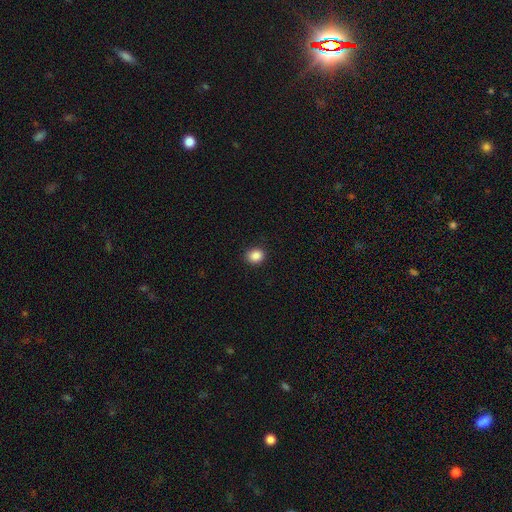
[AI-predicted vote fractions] smooth_or_featured: smooth (p=0.87) [alt: star or artifact p=0.10]
how_rounded: round (p=0.66) [alt: in between p=0.33]
merging: none (p=0.89) [alt: minor disturbance p=0.08]